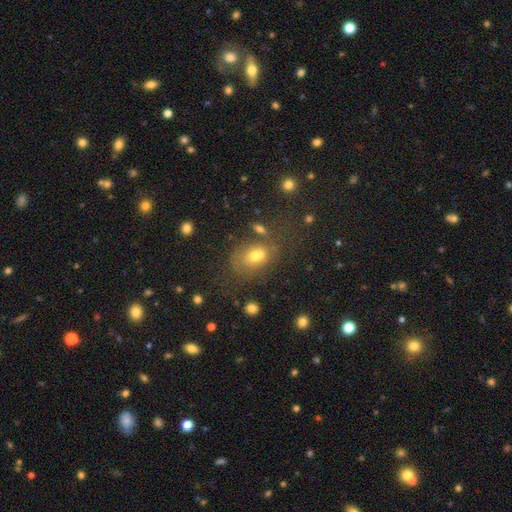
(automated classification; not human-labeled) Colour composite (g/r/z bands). It shows a smooth galaxy with no disk features (65%) that is in between round and cigar-shaped (74%). Merging: none (47%).